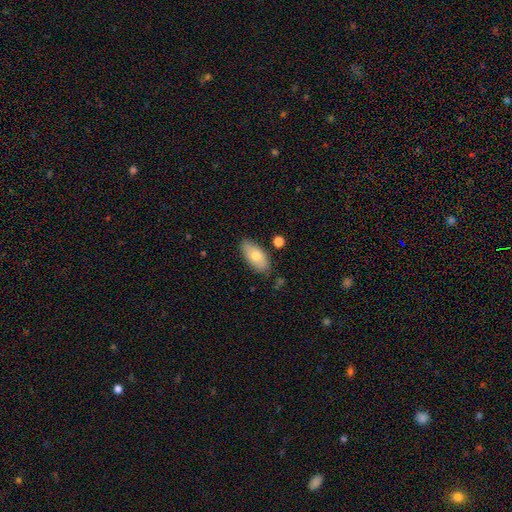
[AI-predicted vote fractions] Q: Smooth or featured?
A: smooth (74%); runner-up: featured or disk (20%)
Q: How rounded?
A: in between (91%); runner-up: cigar-shaped (6%)
Q: Merging?
A: none (81%); runner-up: minor disturbance (13%)